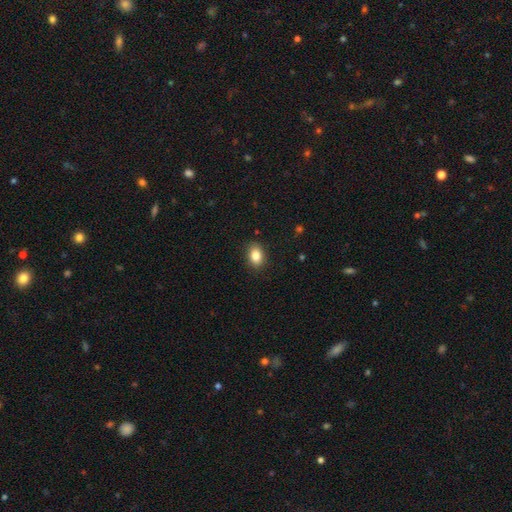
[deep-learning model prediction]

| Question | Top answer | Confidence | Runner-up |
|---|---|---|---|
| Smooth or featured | smooth | 85% | star or artifact (9%) |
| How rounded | in between | 74% | round (25%) |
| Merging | none | 87% | minor disturbance (9%) |